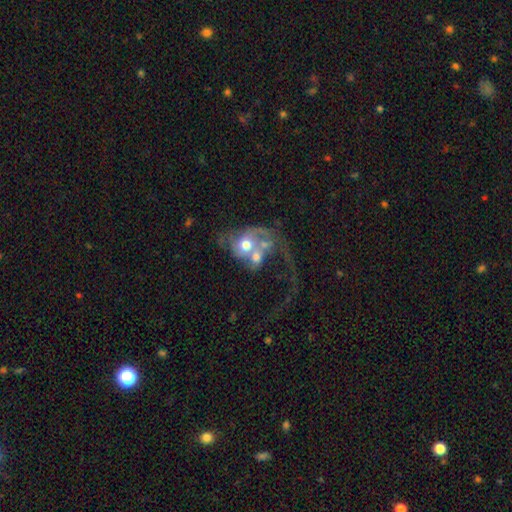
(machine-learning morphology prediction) A featured or disk galaxy (60%) with no bar (77%), spiral arms (55%) and a moderate central bulge (64%).

Vote fractions:
- Smooth or featured? featured or disk: 60% / smooth: 30% / star or artifact: 10%
- Edge-on disk? no: 96% / yes: 4%
- Bar? no: 77% / weak: 18% / strong: 5%
- Spiral arms? yes: 55% / no: 45%
- Bulge size? moderate: 64% / large: 17% / small: 12% / none: 4% / dominant: 3%
- Merging? merger: 58% / major disturbance: 26% / none: 11% / minor disturbance: 6%